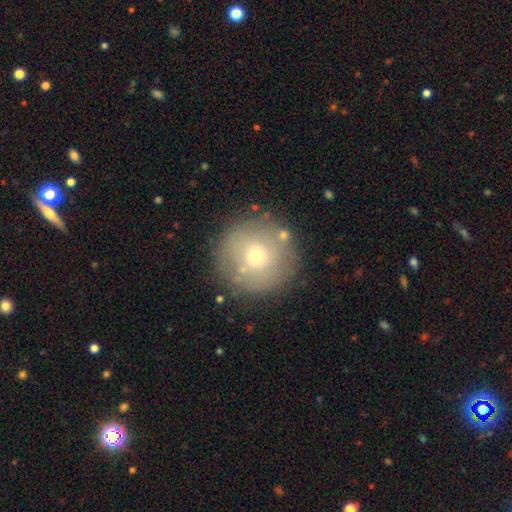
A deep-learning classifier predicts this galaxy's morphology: smooth_or_featured: smooth (p=0.65) [alt: featured or disk p=0.24]
how_rounded: round (p=0.96) [alt: in between p=0.03]
merging: none (p=0.82) [alt: minor disturbance p=0.10]